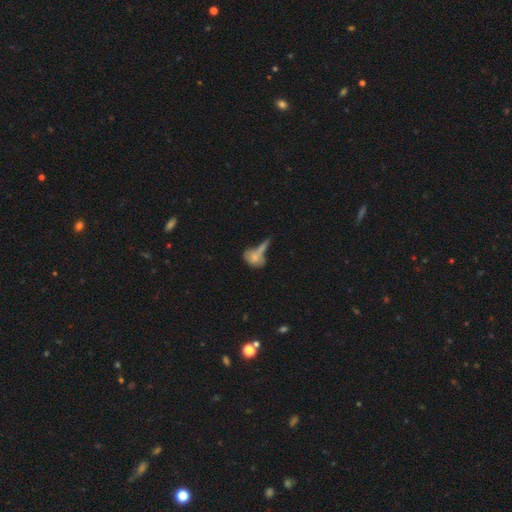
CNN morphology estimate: Smooth or featured? smooth (65%)
How rounded? in between (65%)
Merging? merger (39%)